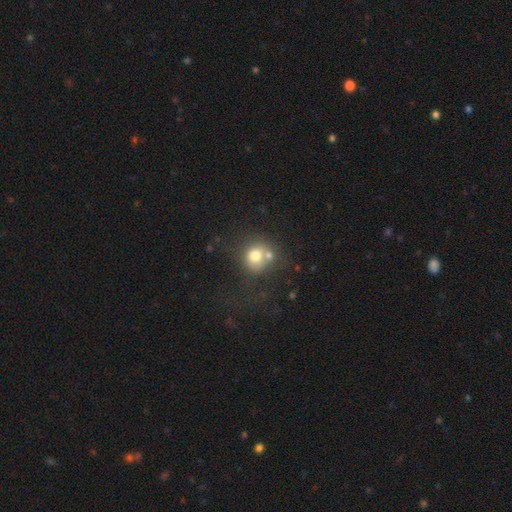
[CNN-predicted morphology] Smooth or featured? Predicted: smooth (p=0.72). How rounded? Predicted: round (p=0.83). Merging? Predicted: none (p=0.46).